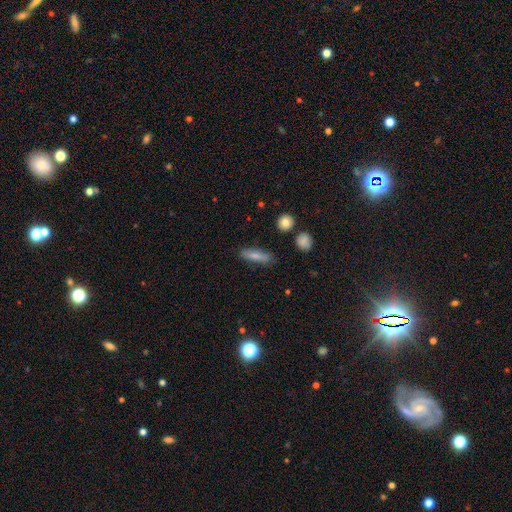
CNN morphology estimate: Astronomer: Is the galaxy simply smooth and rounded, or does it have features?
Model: smooth — 76%.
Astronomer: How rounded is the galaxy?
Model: cigar-shaped — 66%.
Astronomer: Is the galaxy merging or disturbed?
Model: none — 82%.